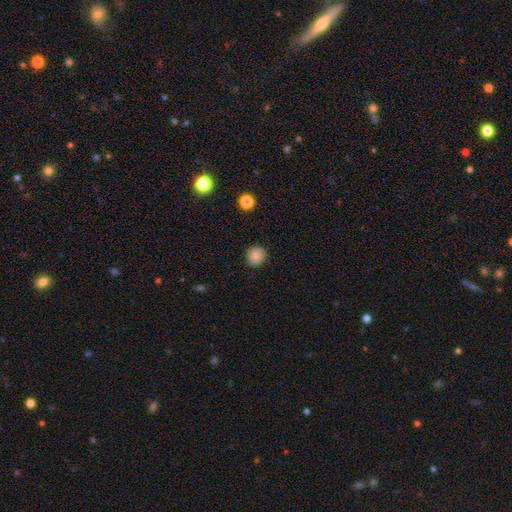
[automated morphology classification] This appears to be a smooth galaxy with no disk features (84%) that is round (90%). Merging: none (88%).